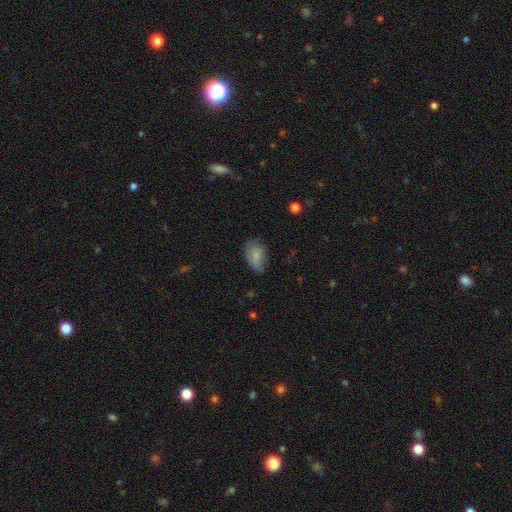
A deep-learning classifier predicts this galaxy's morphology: Q: Smooth or featured?
A: smooth (79%); runner-up: featured or disk (13%)
Q: How rounded?
A: in between (89%); runner-up: round (10%)
Q: Merging?
A: none (61%); runner-up: minor disturbance (30%)